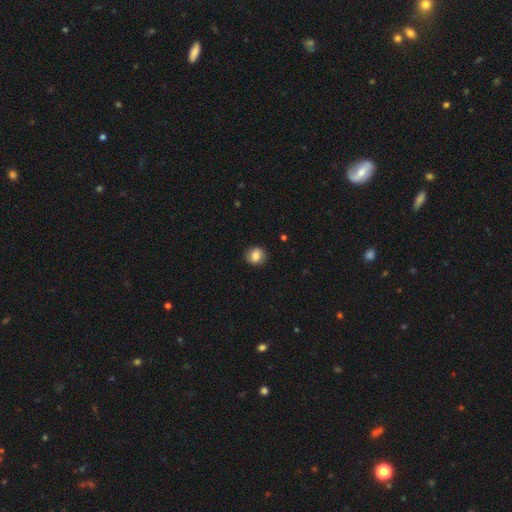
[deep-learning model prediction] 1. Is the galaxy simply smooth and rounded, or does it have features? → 80% smooth, 11% featured or disk, 9% star or artifact.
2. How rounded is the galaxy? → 78% round, 21% in between, 1% cigar-shaped.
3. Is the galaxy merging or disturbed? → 86% none, 11% minor disturbance, 3% major disturbance, 1% merger.